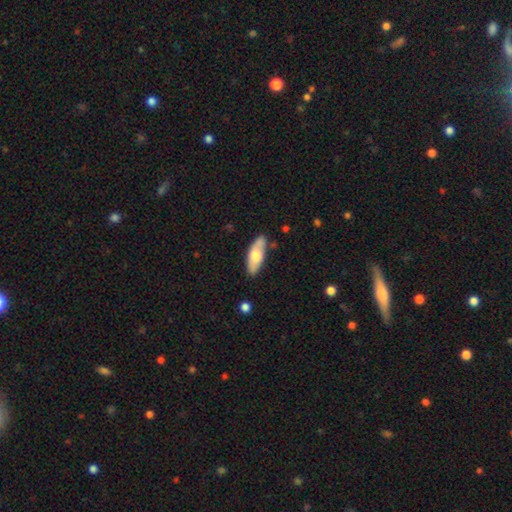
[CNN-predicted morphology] Overall: smooth (60%; featured or disk 35%). How rounded: in between (73%). Merging: none (81%).